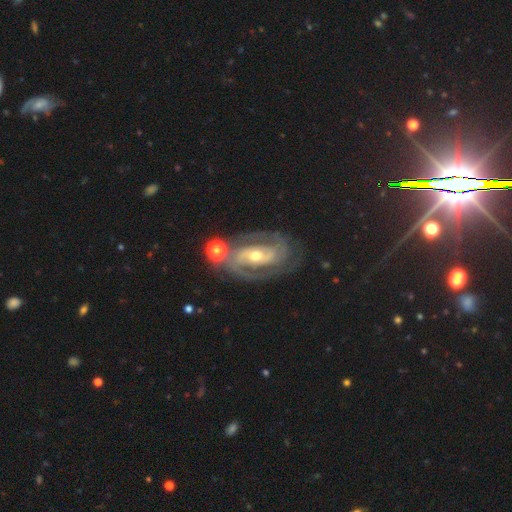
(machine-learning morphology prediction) type=featured or disk (89%); edge-on=no (96%); bar=weak (35%); spiral arms=yes (95%); winding=tight (53%); arm count=2 (77%); bulge=moderate (62%); merging=none (70%).